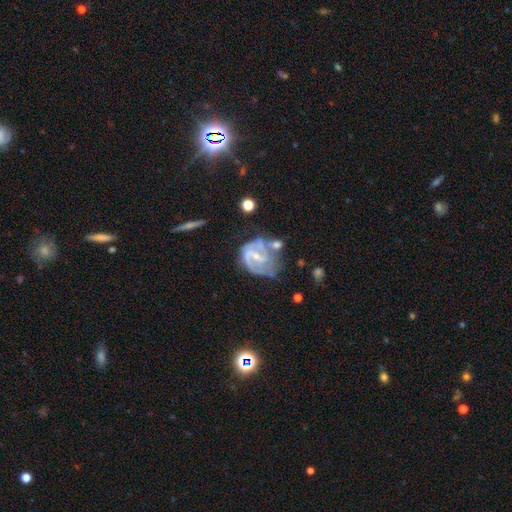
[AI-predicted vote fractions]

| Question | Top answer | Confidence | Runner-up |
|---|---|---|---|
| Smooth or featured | featured or disk | 76% | smooth (17%) |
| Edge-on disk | no | 97% | yes (3%) |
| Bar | weak | 49% | no (28%) |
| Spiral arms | yes | 80% | no (20%) |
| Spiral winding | medium | 41% | tight (39%) |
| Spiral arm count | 2 | 49% | can't tell (26%) |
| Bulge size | small | 61% | moderate (30%) |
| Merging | none | 31% | major disturbance (26%) |